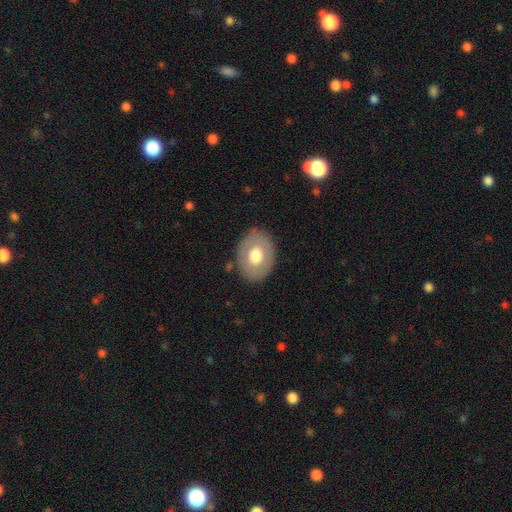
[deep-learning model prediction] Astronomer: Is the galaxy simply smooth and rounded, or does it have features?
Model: smooth — 60%.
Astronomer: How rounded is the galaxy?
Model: in between — 68%.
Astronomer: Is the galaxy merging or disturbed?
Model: none — 83%.